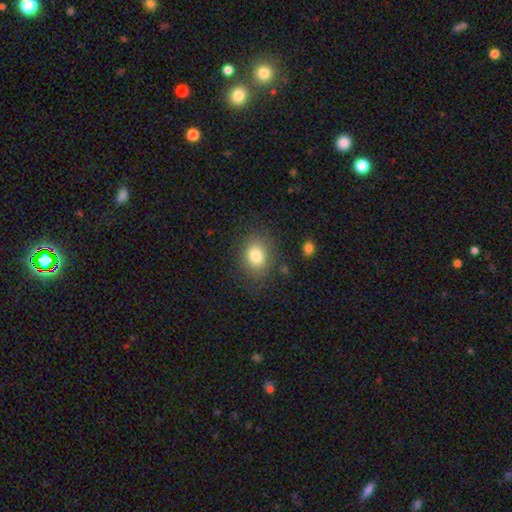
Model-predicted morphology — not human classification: Smooth or featured? smooth (81%)
How rounded? in between (52%)
Merging? none (80%)